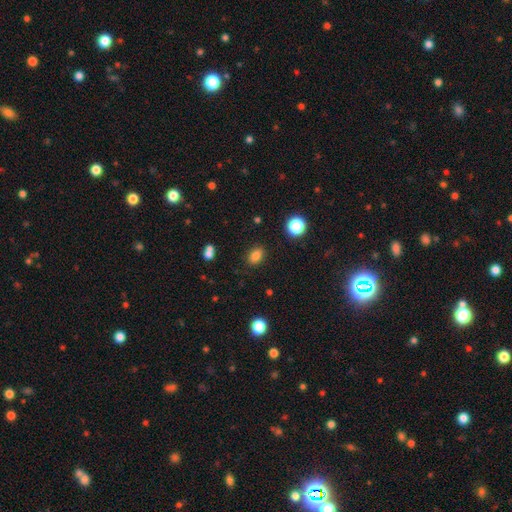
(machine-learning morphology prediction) smooth_or_featured: smooth (p=0.82) [alt: star or artifact p=0.12]
how_rounded: in between (p=0.78) [alt: round p=0.21]
merging: none (p=0.85) [alt: minor disturbance p=0.09]